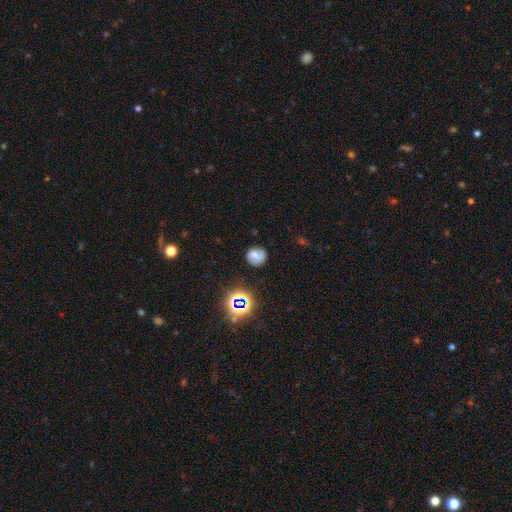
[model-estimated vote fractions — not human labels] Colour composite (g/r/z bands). It shows a smooth galaxy with no disk features (49%). Merging: none (73%).